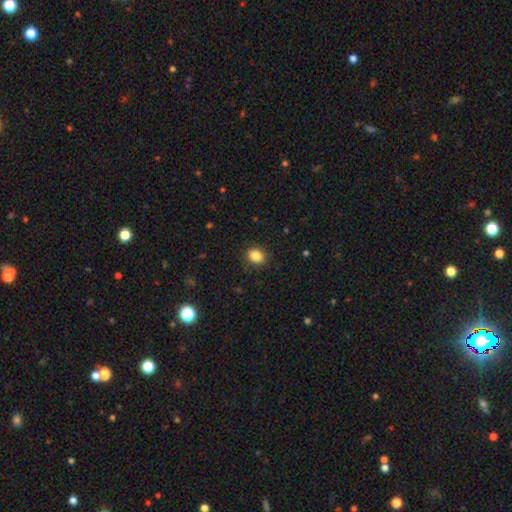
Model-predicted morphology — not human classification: A smooth galaxy with no disk features (85%) that is round (61%).

Vote fractions:
- Smooth or featured? smooth: 85% / star or artifact: 10% / featured or disk: 4%
- How rounded? round: 61% / in between: 39% / cigar-shaped: 1%
- Merging? none: 87% / minor disturbance: 9% / major disturbance: 3% / merger: 1%